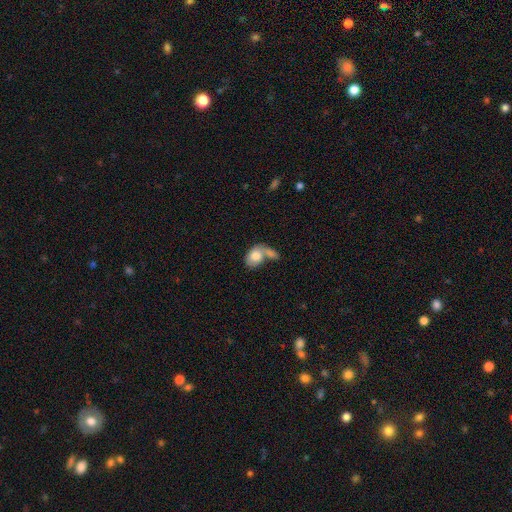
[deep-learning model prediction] A smooth galaxy with no disk features (75%) that is in between round and cigar-shaped (72%).

Vote fractions:
- Smooth or featured? smooth: 75% / featured or disk: 18% / star or artifact: 6%
- How rounded? in between: 72% / round: 26% / cigar-shaped: 2%
- Merging? merger: 58% / none: 22% / minor disturbance: 11% / major disturbance: 10%